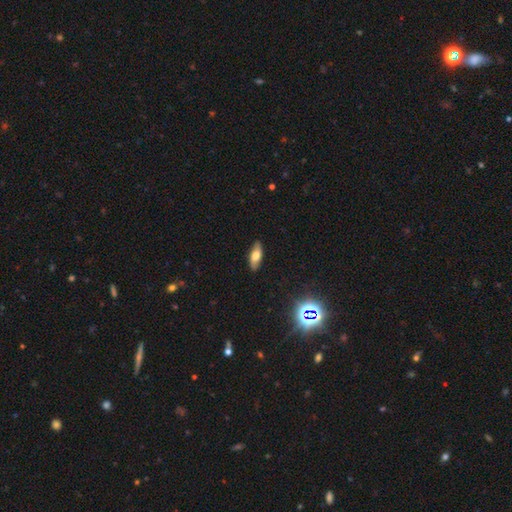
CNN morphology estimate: Smooth or featured? smooth (58%)
How rounded? in between (72%)
Merging? none (86%)